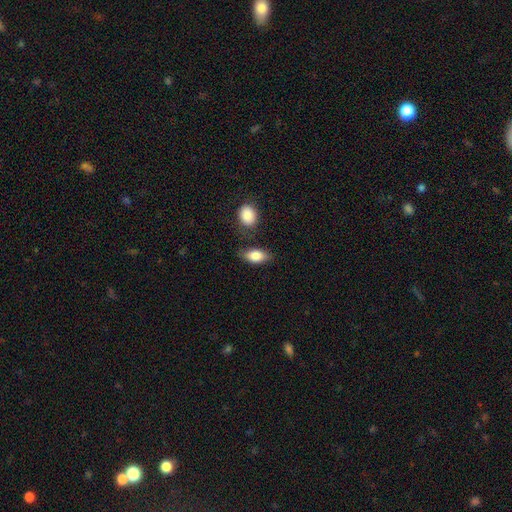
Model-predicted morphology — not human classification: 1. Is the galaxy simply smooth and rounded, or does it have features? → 82% smooth, 11% featured or disk, 7% star or artifact.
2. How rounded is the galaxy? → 88% in between, 6% round, 5% cigar-shaped.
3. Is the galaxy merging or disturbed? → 71% none, 17% minor disturbance, 7% merger, 4% major disturbance.